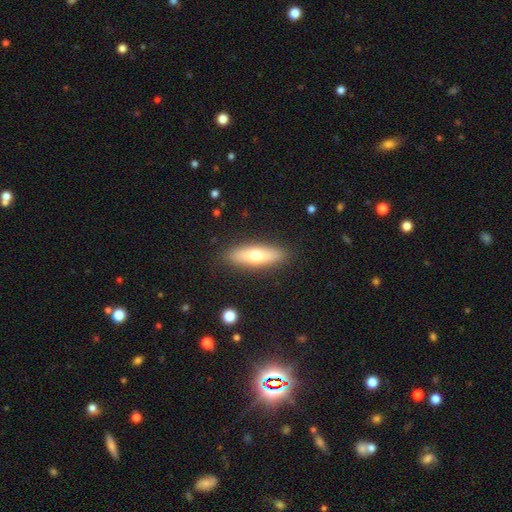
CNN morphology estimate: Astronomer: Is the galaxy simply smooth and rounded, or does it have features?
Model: smooth — 62%.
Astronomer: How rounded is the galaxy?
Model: cigar-shaped — 50% (runner-up: in between, 48%).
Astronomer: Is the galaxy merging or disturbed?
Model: none — 88%.